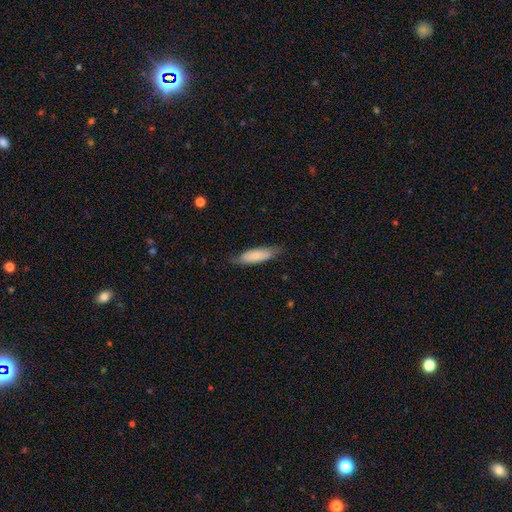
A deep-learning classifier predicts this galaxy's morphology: This appears to be a smooth galaxy with no disk features (76%) that is cigar-shaped (51%). Merging: none (75%).